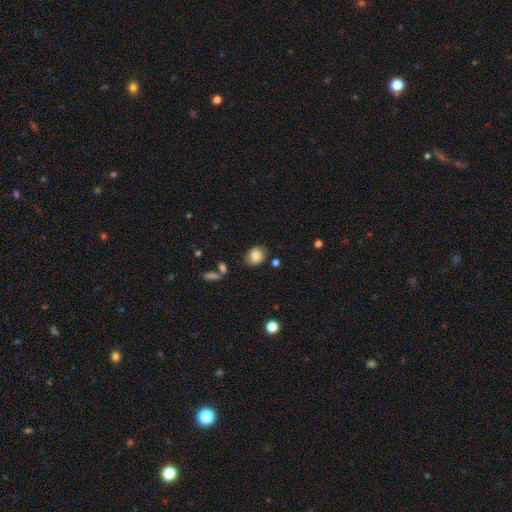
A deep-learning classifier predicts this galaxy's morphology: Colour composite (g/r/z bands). It shows a smooth galaxy with no disk features (83%) that is round (56%). Merging: none (70%).